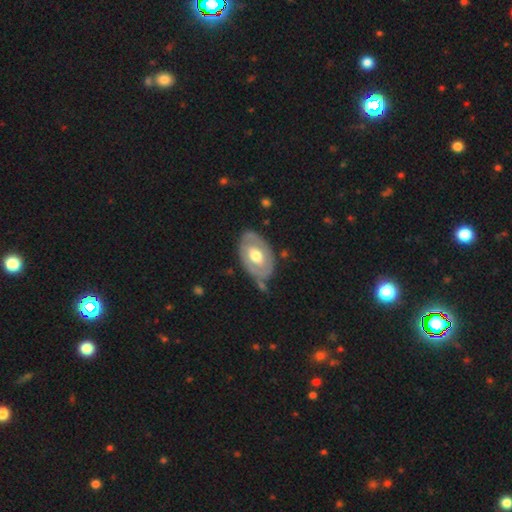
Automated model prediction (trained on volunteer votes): smooth-or-featured: featured or disk: 55% | smooth: 40% | star or artifact: 5%
  disk-edge-on: no: 90% | yes: 10%
  merging: none: 67% | minor disturbance: 20% | major disturbance: 7% | merger: 6%